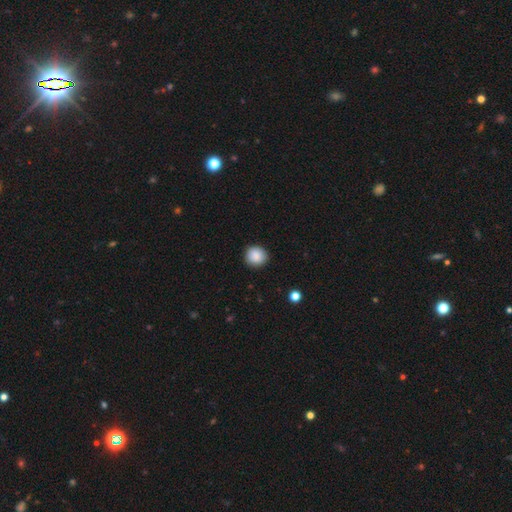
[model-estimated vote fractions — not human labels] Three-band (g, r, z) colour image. It shows a smooth galaxy with no disk features (87%) that is round (89%). Merging: none (90%).